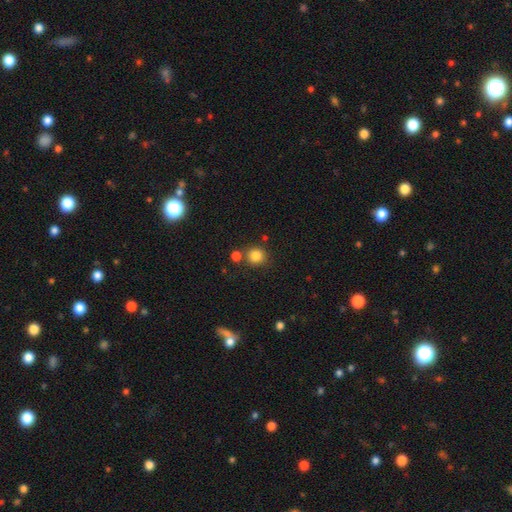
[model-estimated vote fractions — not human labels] This is clearly a smooth galaxy (83%). How rounded: clearly round (89%). Merging: likely none (75%).